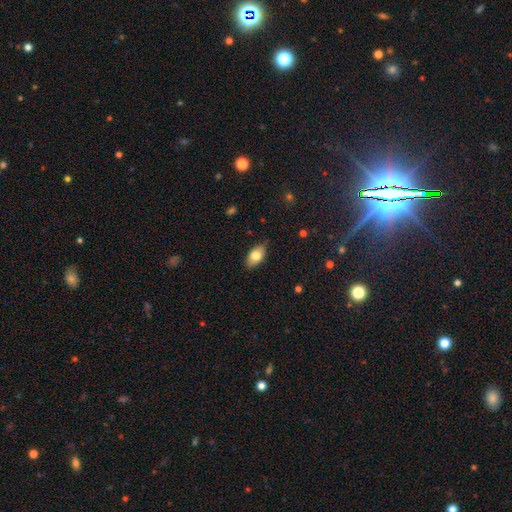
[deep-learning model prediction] A smooth galaxy with no disk features (78%) that is in between round and cigar-shaped (91%).

Vote fractions:
- Smooth or featured? smooth: 78% / featured or disk: 15% / star or artifact: 7%
- How rounded? in between: 91% / round: 5% / cigar-shaped: 4%
- Merging? none: 83% / minor disturbance: 13% / major disturbance: 2% / merger: 1%